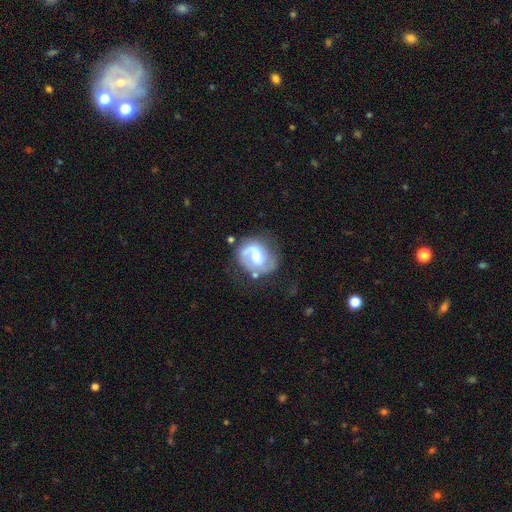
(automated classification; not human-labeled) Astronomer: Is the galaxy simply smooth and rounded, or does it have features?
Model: featured or disk — 76%.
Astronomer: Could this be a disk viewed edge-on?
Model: no — 98%.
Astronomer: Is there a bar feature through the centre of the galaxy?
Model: weak — 51% (runner-up: no, 35%).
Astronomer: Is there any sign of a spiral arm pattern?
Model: yes — 91%.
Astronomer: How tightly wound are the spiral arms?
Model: medium — 46% (runner-up: tight, 27%).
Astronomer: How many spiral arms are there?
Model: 2 — 66%.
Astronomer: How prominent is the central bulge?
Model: moderate — 58%.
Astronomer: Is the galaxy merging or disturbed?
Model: none — 62%.